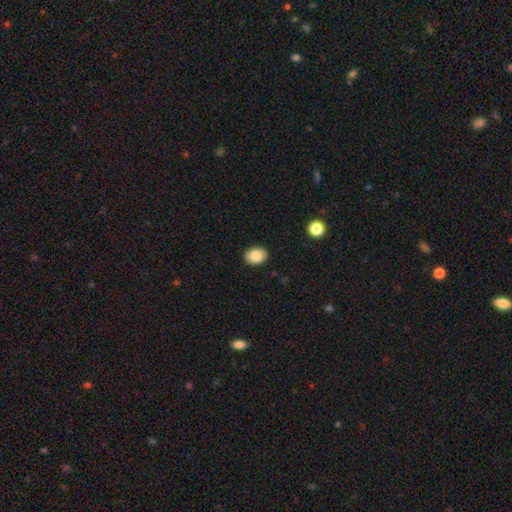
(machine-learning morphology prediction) A smooth galaxy with no disk features (85%) that is in between round and cigar-shaped (65%).

Vote fractions:
- Smooth or featured? smooth: 85% / star or artifact: 8% / featured or disk: 7%
- How rounded? in between: 65% / round: 34% / cigar-shaped: 1%
- Merging? none: 90% / minor disturbance: 7% / major disturbance: 2% / merger: 1%